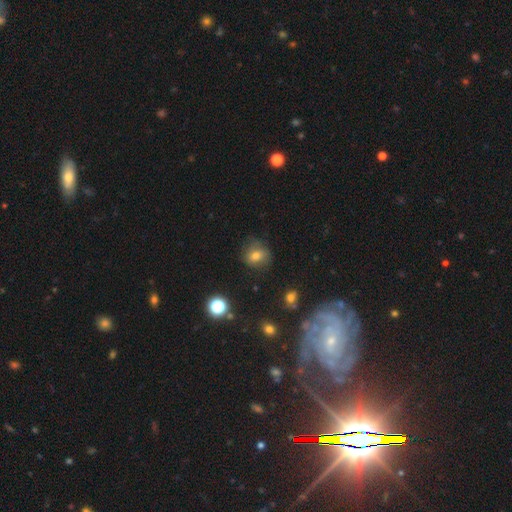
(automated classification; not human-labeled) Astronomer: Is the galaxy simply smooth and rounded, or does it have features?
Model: smooth — 68%.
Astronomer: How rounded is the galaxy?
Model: round — 66%.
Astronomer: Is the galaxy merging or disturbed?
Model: none — 69%.